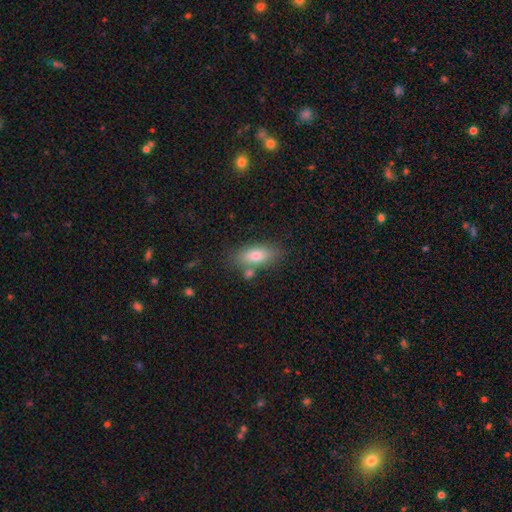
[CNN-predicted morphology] A smooth galaxy with no disk features (78%) that is in between round and cigar-shaped (81%).

Vote fractions:
- Smooth or featured? smooth: 78% / featured or disk: 15% / star or artifact: 8%
- How rounded? in between: 81% / cigar-shaped: 15% / round: 4%
- Merging? none: 73% / minor disturbance: 13% / merger: 10% / major disturbance: 4%